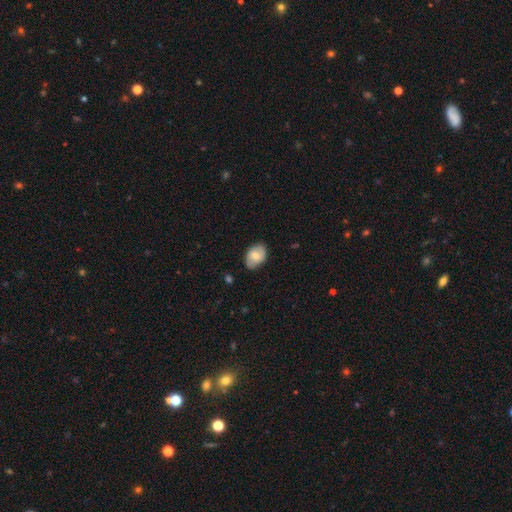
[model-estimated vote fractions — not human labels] smooth 65%, featured or disk 28%, star or artifact 7%. Down the decision tree: how rounded — in between (83%); merging — none (78%).